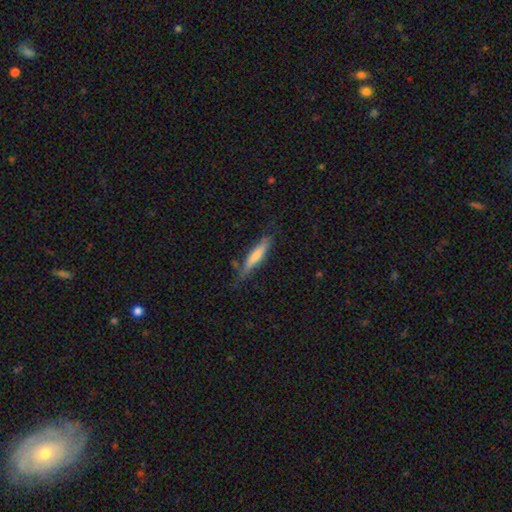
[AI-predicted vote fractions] A smooth galaxy with no disk features (55%) that is cigar-shaped (90%).

Vote fractions:
- Smooth or featured? smooth: 55% / featured or disk: 39% / star or artifact: 7%
- How rounded? cigar-shaped: 90% / in between: 9% / round: 1%
- Merging? none: 75% / minor disturbance: 19% / major disturbance: 4% / merger: 2%